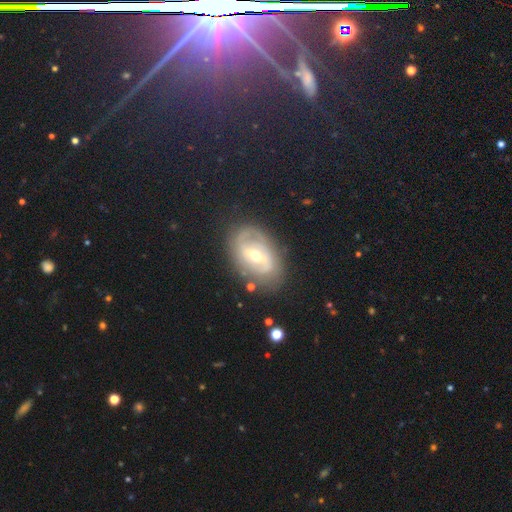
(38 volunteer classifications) smooth_or_featured: featured or disk (p=0.76) [alt: smooth p=0.24]
disk_edge_on: no (p=0.93) [alt: yes p=0.07]
bar: weak (p=0.59) [alt: strong p=0.22]
has_spiral_arms: yes (p=0.70) [alt: no p=0.30]
spiral_winding: medium (p=0.47) [alt: tight p=0.26]
spiral_arm_count: 2 (p=0.63) [alt: can't tell p=0.21]
bulge_size: moderate (p=0.67) [alt: small p=0.30]
merging: none (p=0.53) [alt: minor disturbance p=0.34]